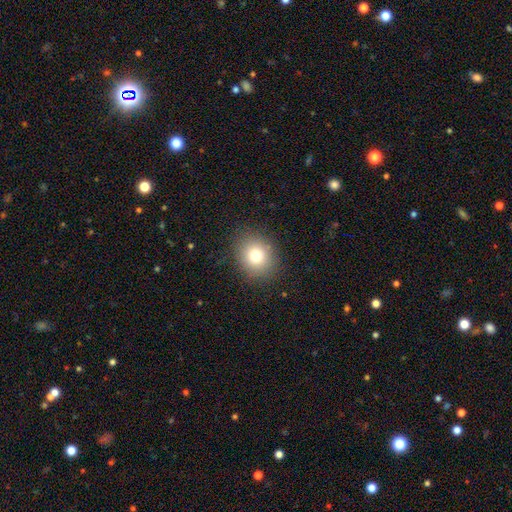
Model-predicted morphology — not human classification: Q: Smooth or featured?
A: smooth (78%); runner-up: star or artifact (12%)
Q: How rounded?
A: round (66%); runner-up: in between (33%)
Q: Merging?
A: none (87%); runner-up: minor disturbance (9%)